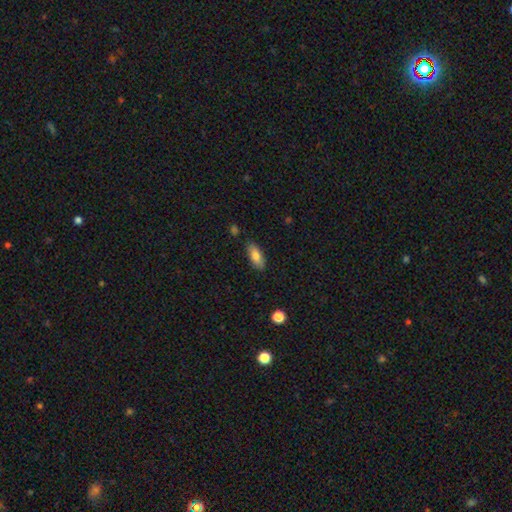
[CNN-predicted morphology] smooth 78%, featured or disk 15%, star or artifact 7%. Down the decision tree: how rounded — in between (81%); merging — none (83%).